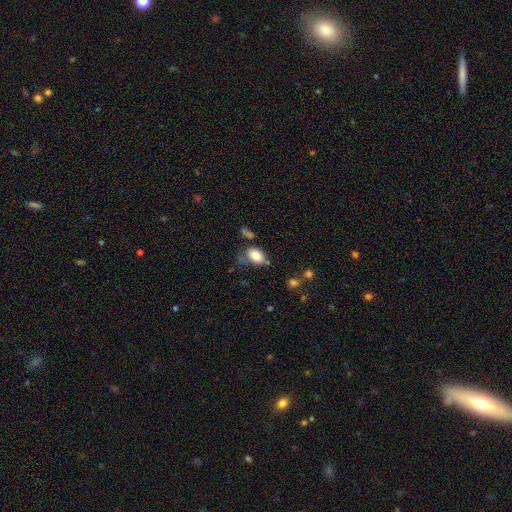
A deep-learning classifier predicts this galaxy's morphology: Smooth or featured: smooth — 82% (featured or disk — 10%)
How rounded: in between — 84% (round — 14%)
Merging: none — 49% (minor disturbance — 28%)